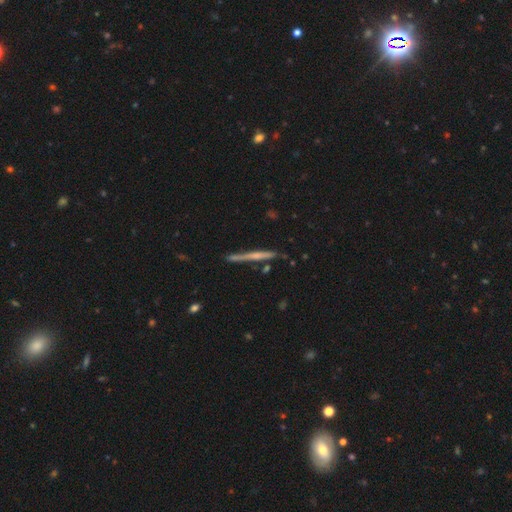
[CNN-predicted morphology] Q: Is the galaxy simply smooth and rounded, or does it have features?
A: featured or disk — 63%.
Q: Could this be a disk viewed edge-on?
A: yes — 97%.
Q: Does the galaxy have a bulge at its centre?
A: none — 48%.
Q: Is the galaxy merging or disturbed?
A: none — 84%.